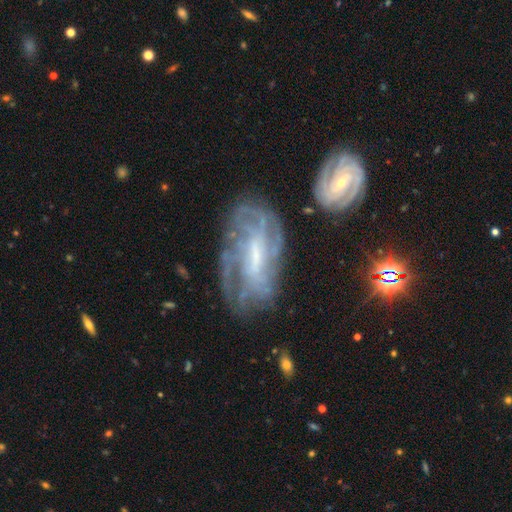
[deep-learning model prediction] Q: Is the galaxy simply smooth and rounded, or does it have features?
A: featured or disk — 79%.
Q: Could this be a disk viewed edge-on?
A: no — 94%.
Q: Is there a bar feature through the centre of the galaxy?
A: weak — 48%.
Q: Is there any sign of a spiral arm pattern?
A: yes — 89%.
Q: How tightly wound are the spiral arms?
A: tight — 53%.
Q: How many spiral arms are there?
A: can't tell — 48%.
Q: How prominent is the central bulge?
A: small — 47%.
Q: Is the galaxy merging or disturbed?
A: none — 63%.